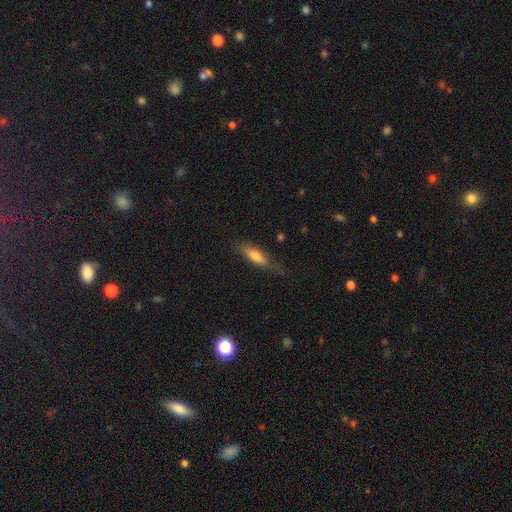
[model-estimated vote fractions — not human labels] Morphology: type=smooth (66%); roundness=cigar-shaped (59%); merging=none (68%).